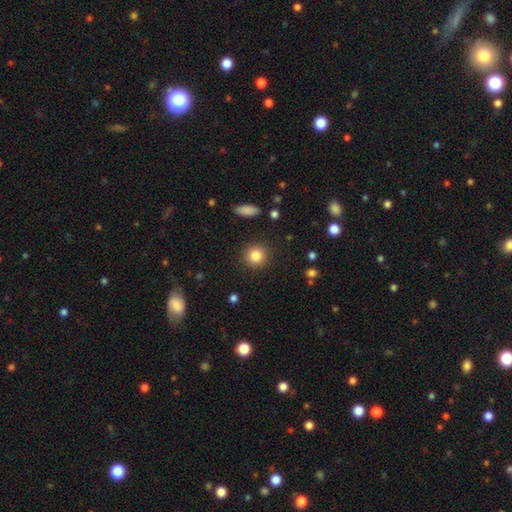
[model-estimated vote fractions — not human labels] smooth_or_featured: smooth (p=0.85) [alt: star or artifact p=0.09]
how_rounded: round (p=0.90) [alt: in between p=0.08]
merging: none (p=0.89) [alt: minor disturbance p=0.07]